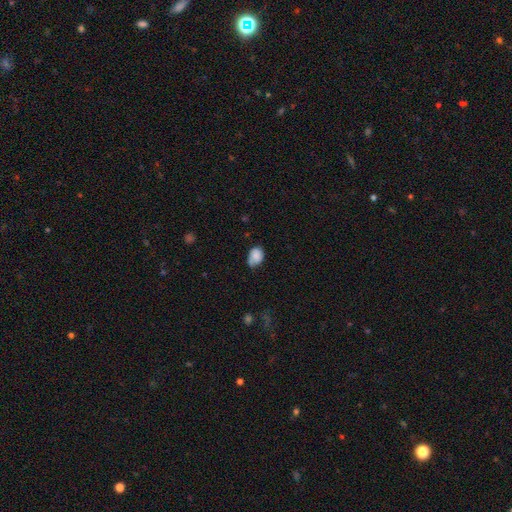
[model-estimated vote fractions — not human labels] A smooth galaxy with no disk features (77%) that is in between round and cigar-shaped (73%). Merging: none (44%).